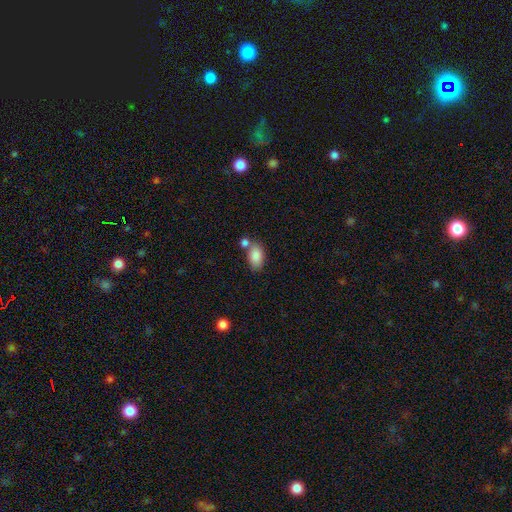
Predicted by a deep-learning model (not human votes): Overall: smooth (86%). How rounded: in between (91%). Merging: none (55%; merger 26%).